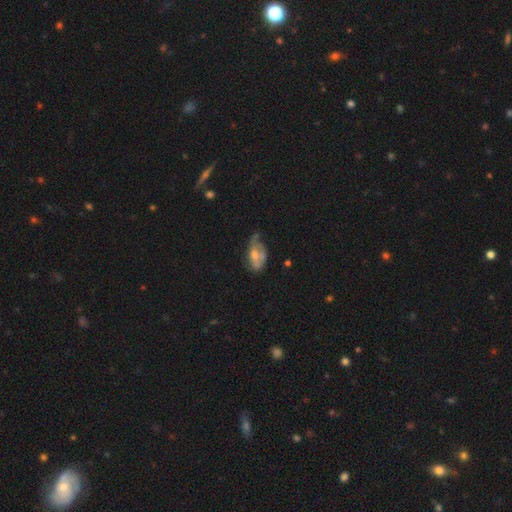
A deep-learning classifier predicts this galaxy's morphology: smooth-or-featured: featured or disk: 53% | smooth: 39% | star or artifact: 7%
  disk-edge-on: no: 93% | yes: 7%
  merging: minor disturbance: 36% | none: 32% | major disturbance: 28% | merger: 5%